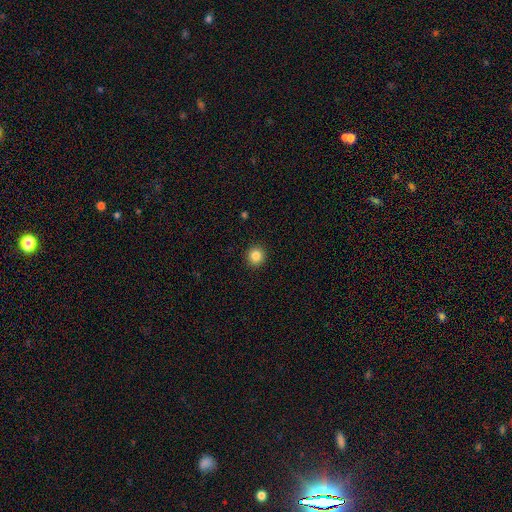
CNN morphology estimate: Smooth or featured? smooth (85%)
How rounded? round (93%)
Merging? none (93%)